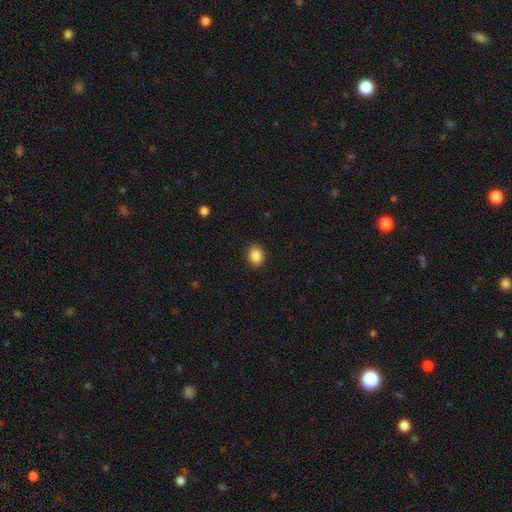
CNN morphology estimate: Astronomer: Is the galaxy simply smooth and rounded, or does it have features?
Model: smooth — 88%.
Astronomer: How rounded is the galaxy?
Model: round — 57% (runner-up: in between, 42%).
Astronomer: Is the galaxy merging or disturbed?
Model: none — 91%.